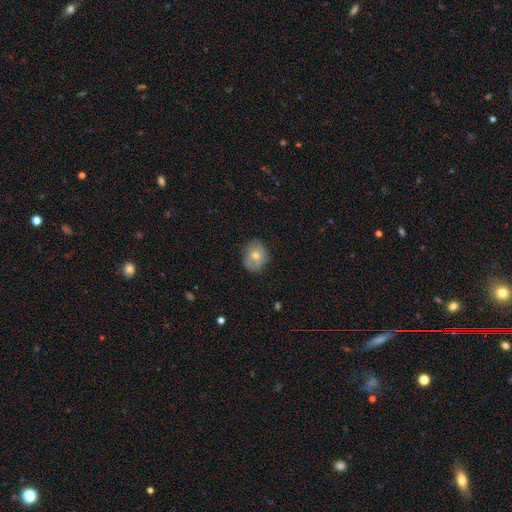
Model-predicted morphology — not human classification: This is likely a smooth galaxy (62%). How rounded: possibly round (50%). Merging: likely none (73%).